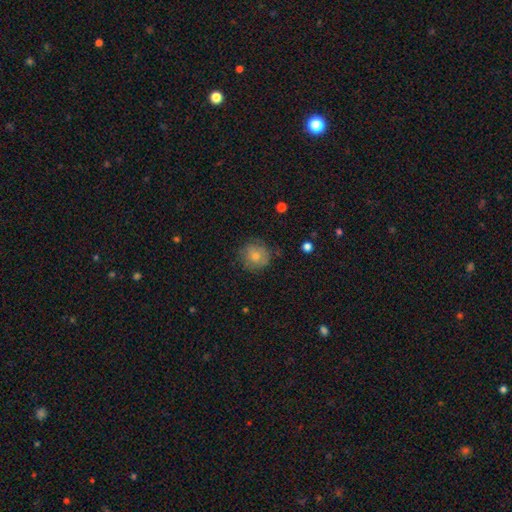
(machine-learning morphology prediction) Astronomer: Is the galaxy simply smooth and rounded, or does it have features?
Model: smooth — 75%.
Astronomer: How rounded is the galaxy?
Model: round — 88%.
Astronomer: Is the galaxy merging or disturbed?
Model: none — 75%.